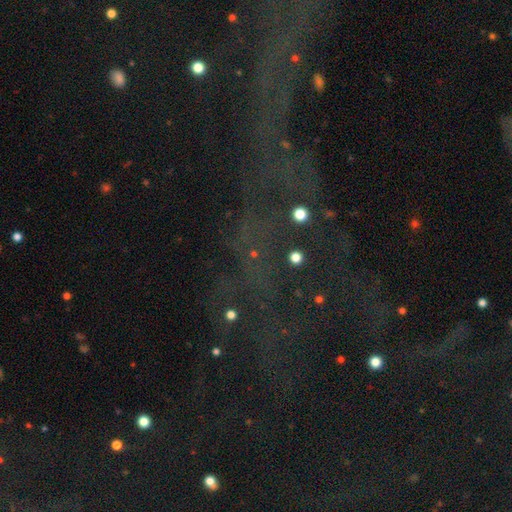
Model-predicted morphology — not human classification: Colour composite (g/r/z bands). It shows a star or artifact, not a galaxy (75%).